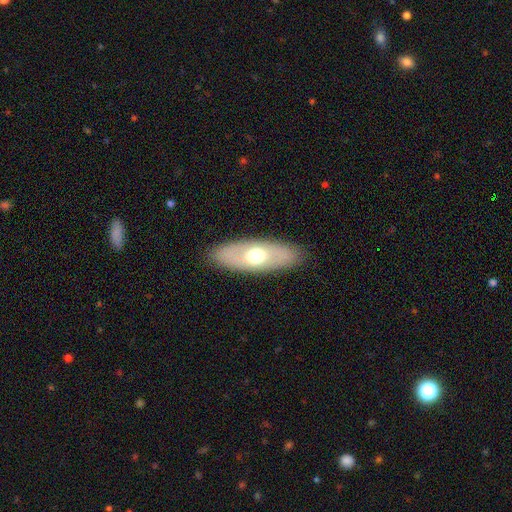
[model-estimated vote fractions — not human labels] Q: Smooth or featured?
A: smooth (56%); runner-up: featured or disk (38%)
Q: How rounded?
A: in between (77%); runner-up: cigar-shaped (19%)
Q: Merging?
A: none (87%); runner-up: minor disturbance (9%)